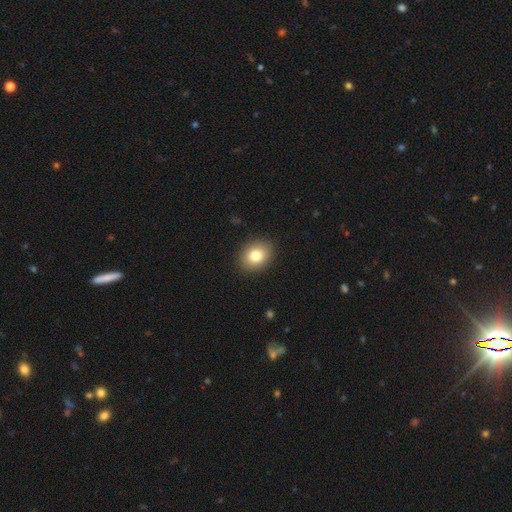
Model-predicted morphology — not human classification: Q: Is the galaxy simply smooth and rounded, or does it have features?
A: smooth — 81%.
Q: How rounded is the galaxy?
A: in between — 54%.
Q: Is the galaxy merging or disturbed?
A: none — 90%.